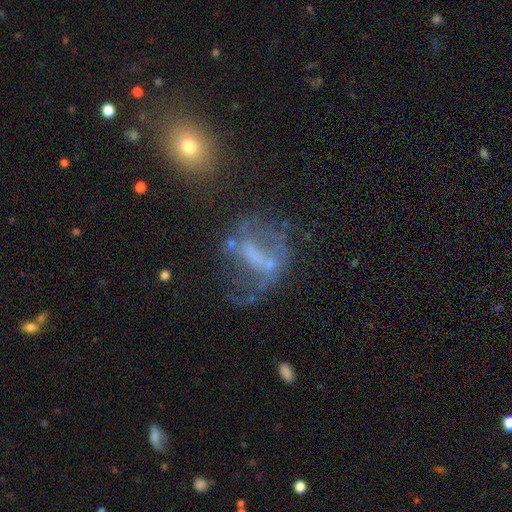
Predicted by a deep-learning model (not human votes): A featured or disk galaxy (59%) with no bar (44%), no spiral arms (58%) and no central bulge (52%). Merging: major disturbance (38%).